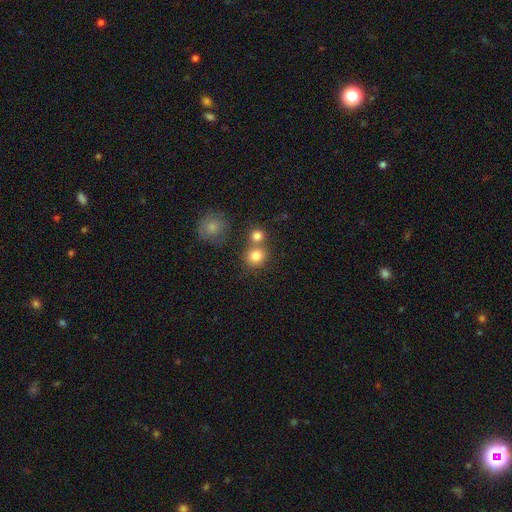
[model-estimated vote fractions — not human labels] Morphology: type=smooth (81%); roundness=round (85%); merging=none (56%).